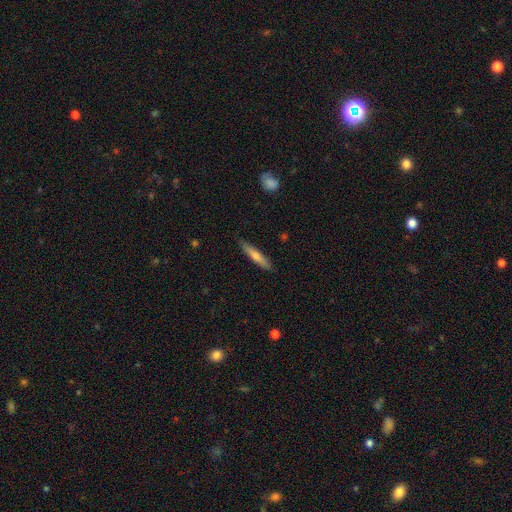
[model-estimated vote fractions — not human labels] This appears to be a smooth galaxy with no disk features (61%) that is cigar-shaped (90%). Merging: none (88%).